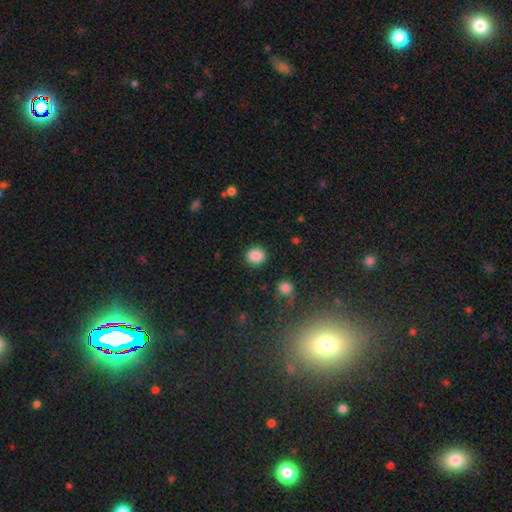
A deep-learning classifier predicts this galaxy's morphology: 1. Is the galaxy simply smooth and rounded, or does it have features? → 87% smooth, 9% star or artifact, 3% featured or disk.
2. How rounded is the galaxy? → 81% round, 18% in between, 1% cigar-shaped.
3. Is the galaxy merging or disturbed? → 89% none, 7% minor disturbance, 2% major disturbance, 2% merger.